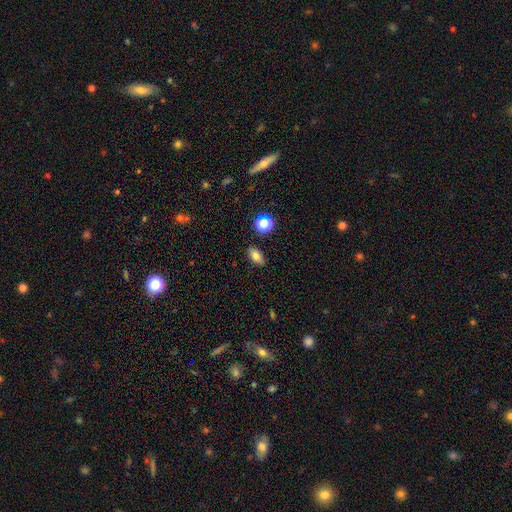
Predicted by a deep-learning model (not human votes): This is likely a smooth galaxy (79%). How rounded: clearly in between (86%). Merging: clearly none (86%).